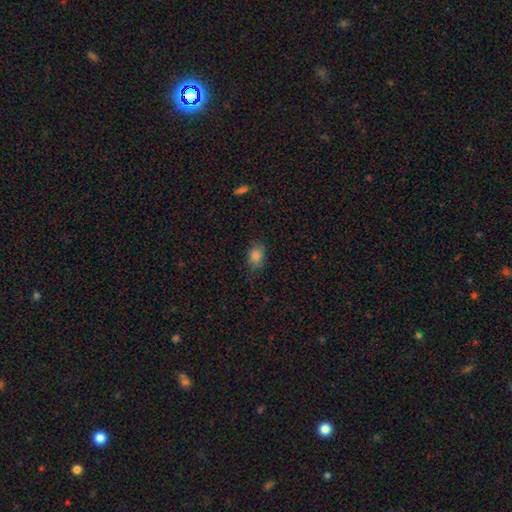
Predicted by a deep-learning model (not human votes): Q: Smooth or featured?
A: smooth (83%); runner-up: star or artifact (11%)
Q: How rounded?
A: in between (70%); runner-up: round (29%)
Q: Merging?
A: none (73%); runner-up: minor disturbance (21%)